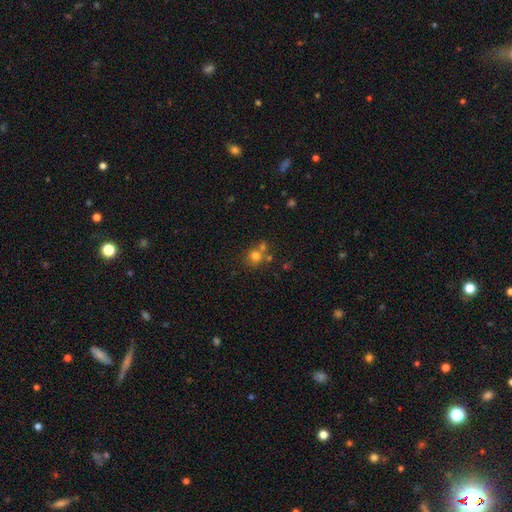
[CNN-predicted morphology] smooth 72%, star or artifact 17%, featured or disk 11%. Down the decision tree: how rounded — round (86%); merging — none (55%).